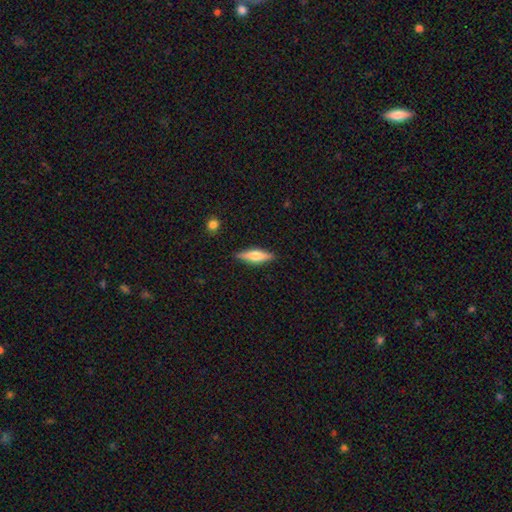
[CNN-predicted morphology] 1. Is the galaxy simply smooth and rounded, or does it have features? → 50% featured or disk, 44% smooth, 6% star or artifact.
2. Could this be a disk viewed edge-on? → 94% yes, 6% no.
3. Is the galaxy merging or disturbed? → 87% none, 9% minor disturbance, 2% major disturbance, 1% merger.